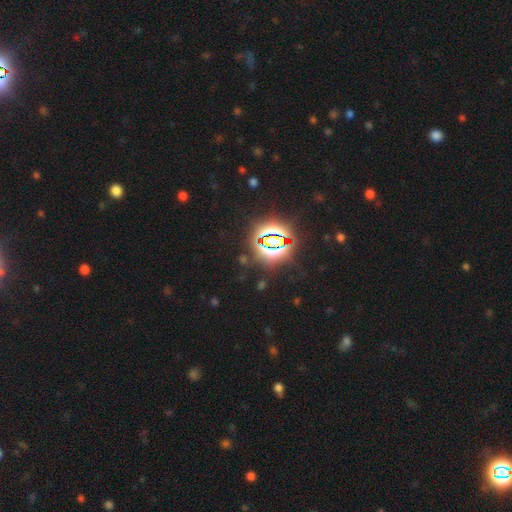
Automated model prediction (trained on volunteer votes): smooth_or_featured: star or artifact (p=0.85) [alt: smooth p=0.10]